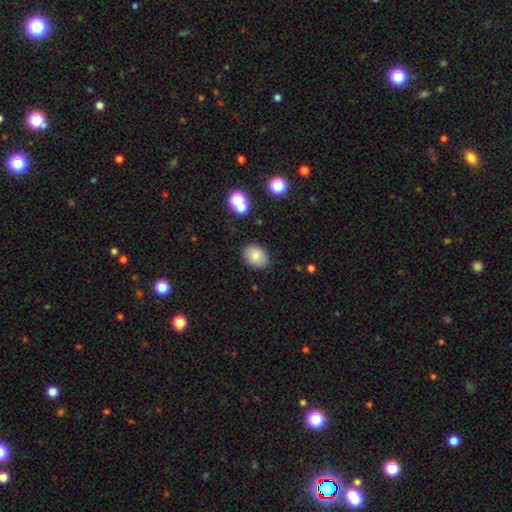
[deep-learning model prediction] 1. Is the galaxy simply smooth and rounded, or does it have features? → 81% smooth, 10% featured or disk, 9% star or artifact.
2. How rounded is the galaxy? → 72% in between, 27% round, 1% cigar-shaped.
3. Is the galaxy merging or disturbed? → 86% none, 10% minor disturbance, 3% major disturbance, 2% merger.